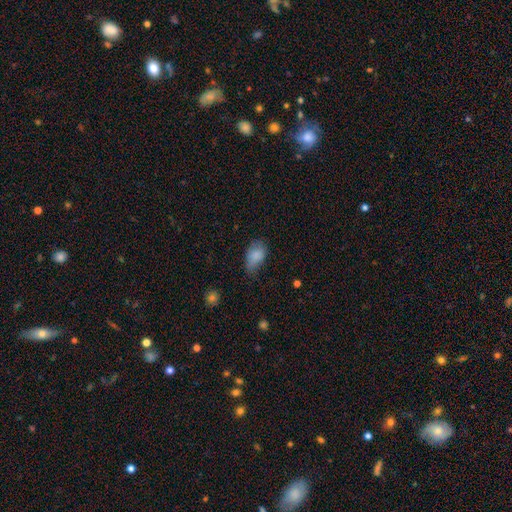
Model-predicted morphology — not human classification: Smooth or featured: smooth — 82% (featured or disk — 9%)
How rounded: in between — 89% (round — 9%)
Merging: none — 43% (minor disturbance — 40%)